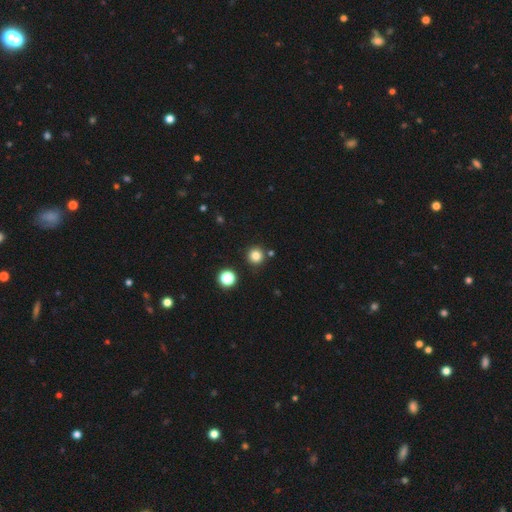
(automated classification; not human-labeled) Smooth or featured? smooth (82%)
How rounded? round (95%)
Merging? none (87%)